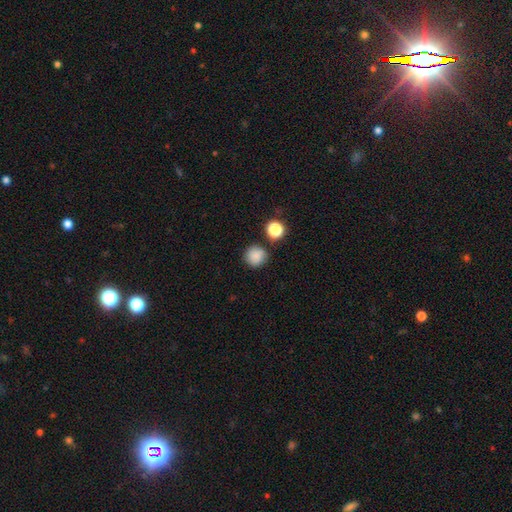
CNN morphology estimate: Smooth or featured? Predicted: smooth (p=0.84). How rounded? Predicted: round (p=0.92). Merging? Predicted: none (p=0.79).